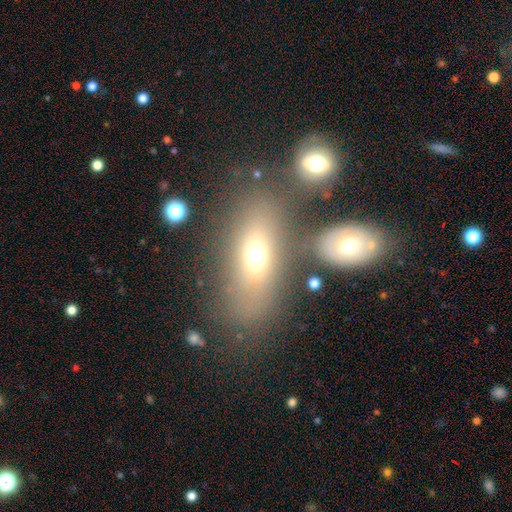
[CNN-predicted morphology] smooth_or_featured: smooth (p=0.61) [alt: featured or disk p=0.25]
how_rounded: in between (p=0.79) [alt: cigar-shaped p=0.11]
merging: none (p=0.61) [alt: merger p=0.17]